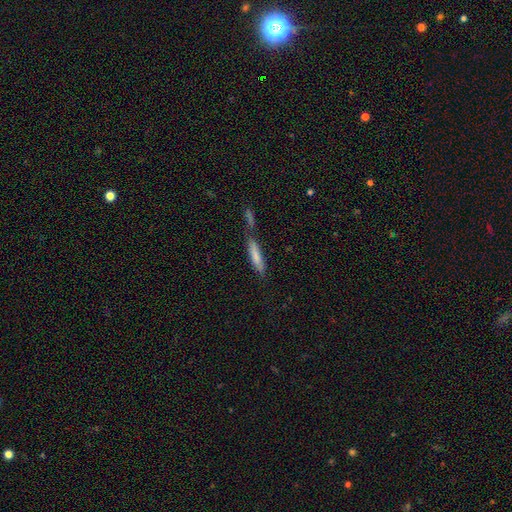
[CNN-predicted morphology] Smooth or featured?
  - smooth: 74% *
  - featured or disk: 19%
  - star or artifact: 7%
How rounded?
  - cigar-shaped: 84% *
  - in between: 15%
  - round: 2%
Merging?
  - none: 48% *
  - merger: 30%
  - minor disturbance: 15%
  - major disturbance: 6%